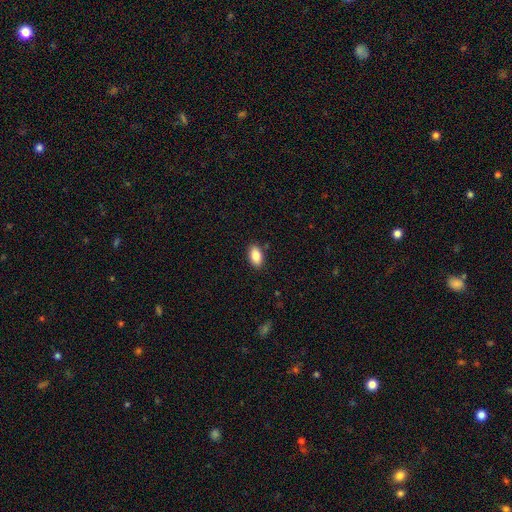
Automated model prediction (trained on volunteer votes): Smooth or featured? Predicted: smooth (p=0.86). How rounded? Predicted: in between (p=0.92). Merging? Predicted: none (p=0.87).